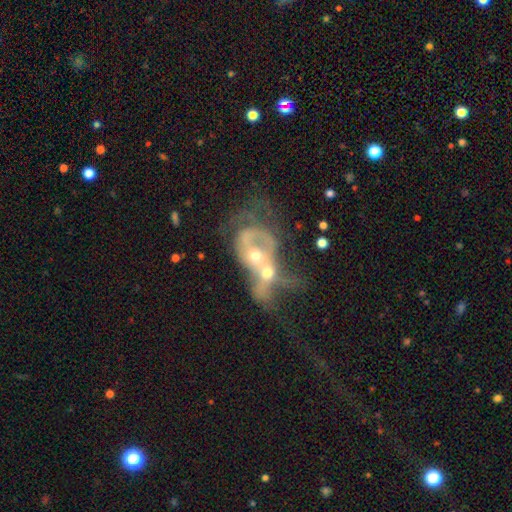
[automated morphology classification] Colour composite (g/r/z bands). It shows a featured or disk galaxy (69%) with no bar (77%), spiral arms (50%, tied with no) and a moderate central bulge (61%). Merging: merger (78%).